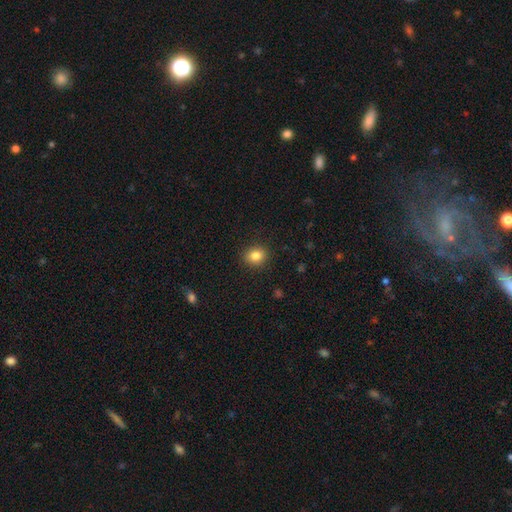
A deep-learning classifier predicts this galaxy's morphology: Smooth or featured? Predicted: smooth (p=0.83). How rounded? Predicted: round (p=0.71). Merging? Predicted: none (p=0.90).